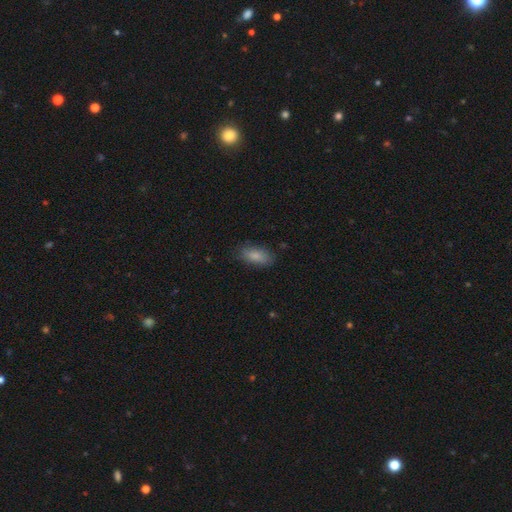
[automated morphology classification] The model was most divided on "merging": none: 81%, minor disturbance: 14%, major disturbance: 3%, merger: 1%. More confident: smooth or featured — smooth (86%); how rounded — in between (85%).